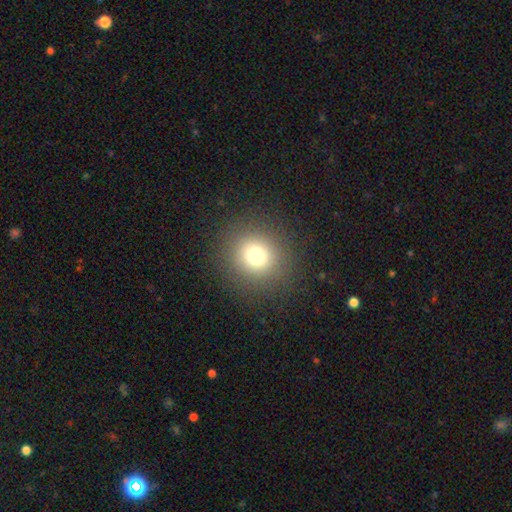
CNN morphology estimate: smooth-or-featured: smooth: 74% | star or artifact: 17% | featured or disk: 9%
  how-rounded: round: 90% | in between: 9% | cigar-shaped: 1%
  merging: none: 89% | minor disturbance: 6% | major disturbance: 4% | merger: 1%